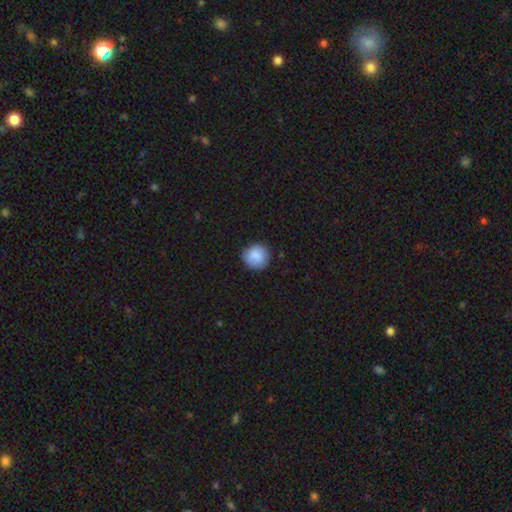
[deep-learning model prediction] The model was most divided on "merging": none: 84%, minor disturbance: 12%, major disturbance: 2%, merger: 1%. More confident: how rounded — round (91%); smooth or featured — smooth (87%).